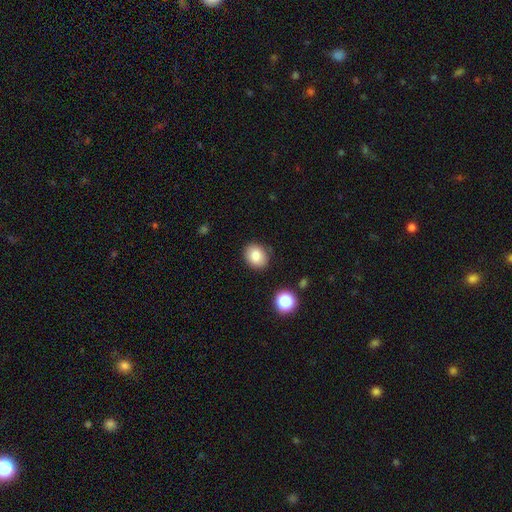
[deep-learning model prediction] This is clearly a smooth galaxy (84%). How rounded: possibly round (50%). Merging: clearly none (85%).